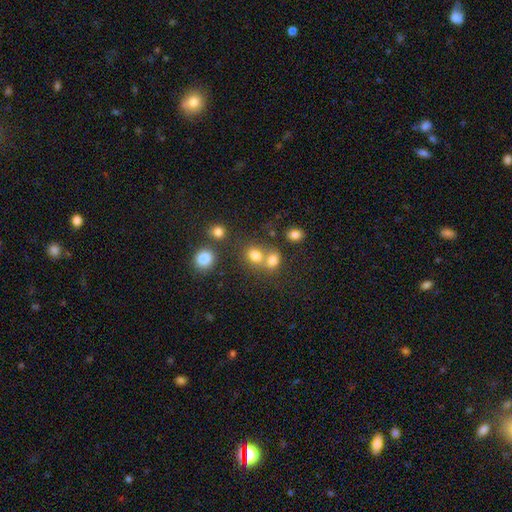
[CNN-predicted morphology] smooth-or-featured: smooth: 76% | star or artifact: 14% | featured or disk: 9%
  how-rounded: round: 54% | in between: 45% | cigar-shaped: 1%
  merging: merger: 45% | none: 42% | minor disturbance: 9% | major disturbance: 4%